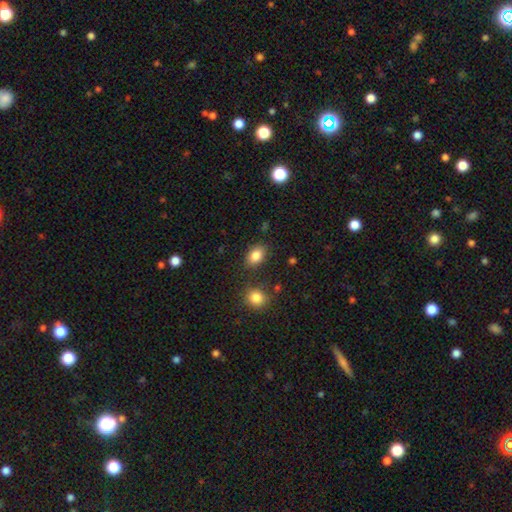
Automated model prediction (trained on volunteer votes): A smooth galaxy with no disk features (85%) that is in between round and cigar-shaped (80%). Merging: none (80%).